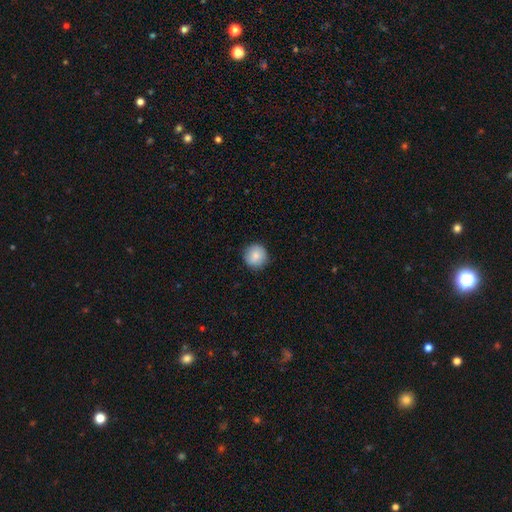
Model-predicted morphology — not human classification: Smooth or featured? smooth (85%)
How rounded? round (95%)
Merging? none (89%)